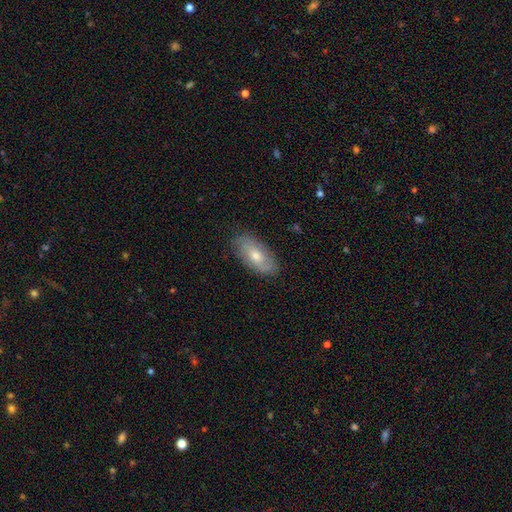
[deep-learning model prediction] This is possibly a featured or disk galaxy (49%). Merging: clearly none (80%).